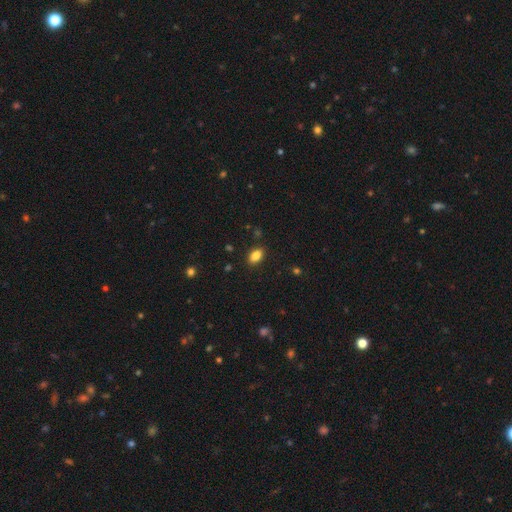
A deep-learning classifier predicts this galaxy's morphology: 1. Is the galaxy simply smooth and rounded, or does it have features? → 85% smooth, 10% star or artifact, 6% featured or disk.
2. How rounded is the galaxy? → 86% in between, 12% round, 2% cigar-shaped.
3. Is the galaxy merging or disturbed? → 87% none, 9% minor disturbance, 2% major disturbance, 1% merger.